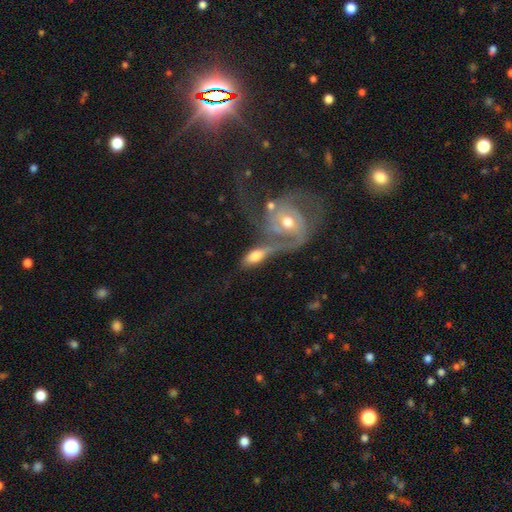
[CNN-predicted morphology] type=featured or disk (49%); merging=merger (53%).